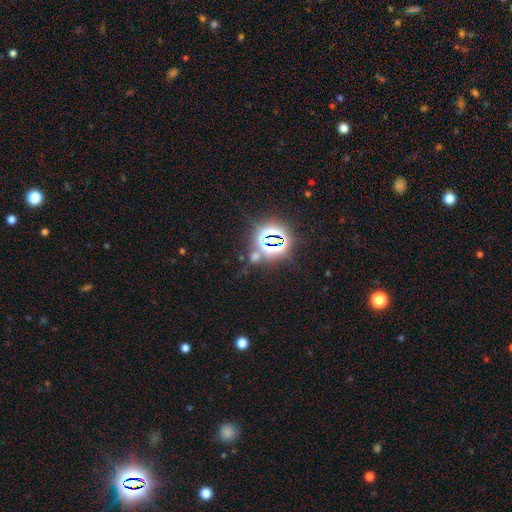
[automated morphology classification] Smooth or featured? Predicted: star or artifact (p=0.70).